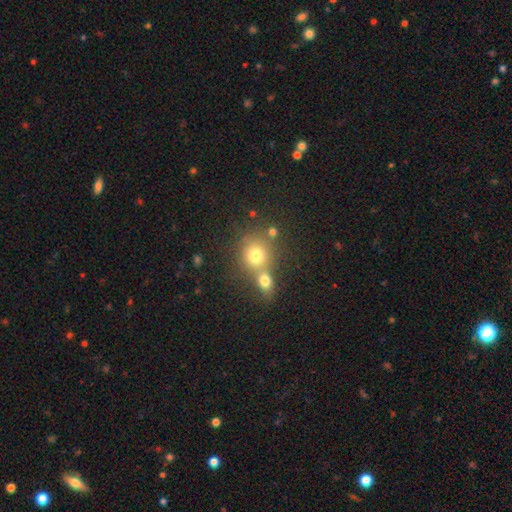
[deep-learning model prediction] The model was most divided on "merging": merger: 45%, none: 43%, minor disturbance: 8%, major disturbance: 4%. More confident: how rounded — round (82%); smooth or featured — smooth (74%).